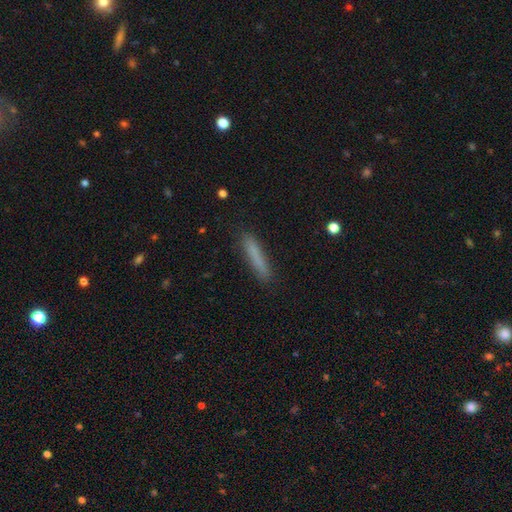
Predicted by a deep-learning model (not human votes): The model was most divided on "smooth or featured": smooth: 78%, featured or disk: 14%, star or artifact: 8%. More confident: how rounded — cigar-shaped (92%); merging — none (87%).